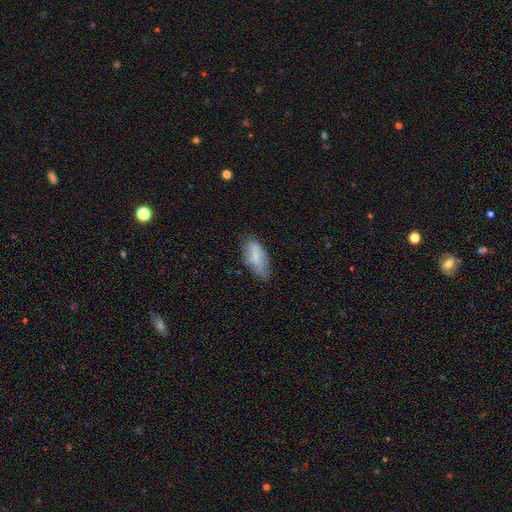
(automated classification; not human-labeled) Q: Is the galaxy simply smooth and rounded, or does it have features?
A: smooth — 67%.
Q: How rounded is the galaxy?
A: in between — 86%.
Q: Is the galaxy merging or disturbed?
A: none — 60%.